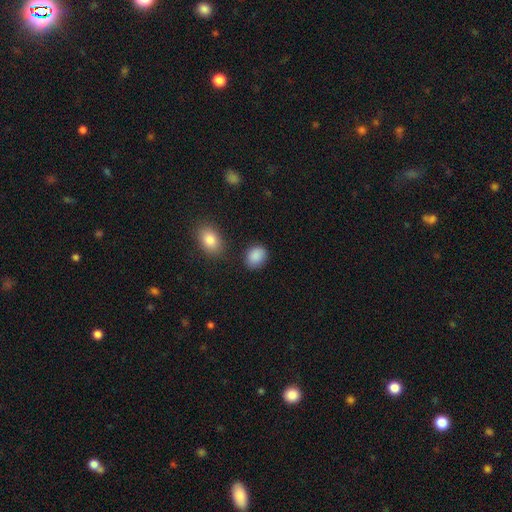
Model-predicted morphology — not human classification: This is clearly a smooth galaxy (89%). How rounded: possibly in between (59%). Merging: clearly none (81%).